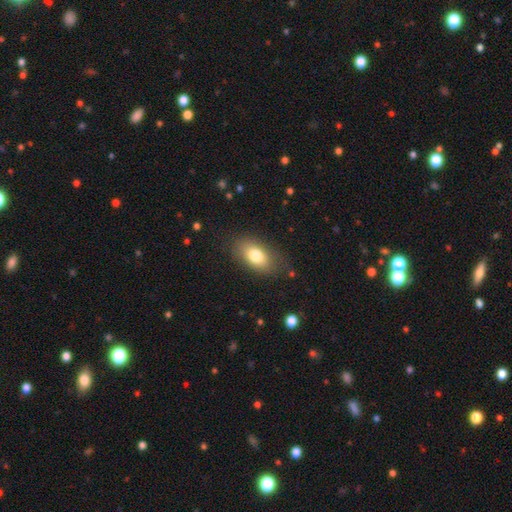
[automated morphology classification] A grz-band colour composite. It shows a smooth galaxy with no disk features (78%) that is in between round and cigar-shaped (89%). Merging: none (79%).